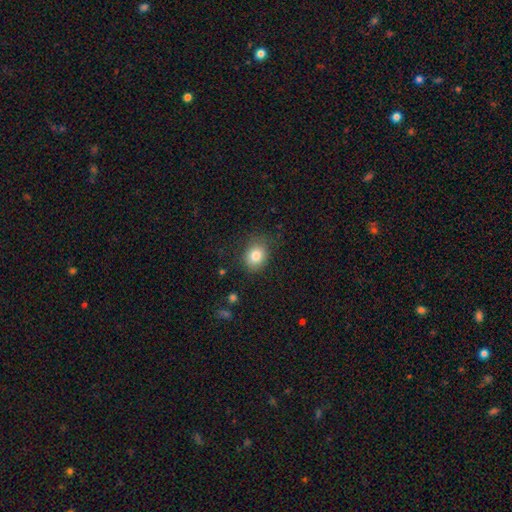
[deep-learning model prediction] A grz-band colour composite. It shows a smooth galaxy with no disk features (82%) that is round (58%). Merging: none (77%).